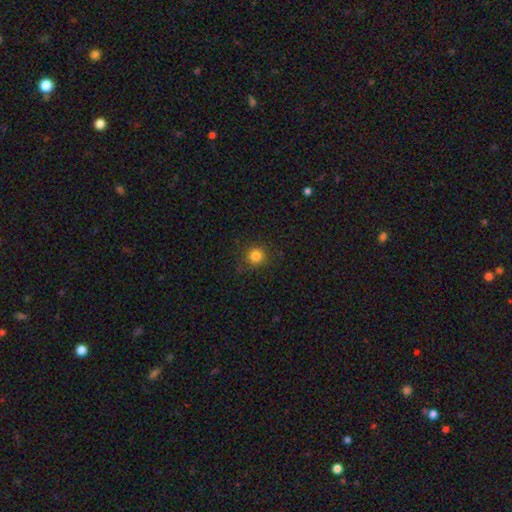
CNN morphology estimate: This is clearly a smooth galaxy (82%). How rounded: clearly round (93%). Merging: clearly none (87%).